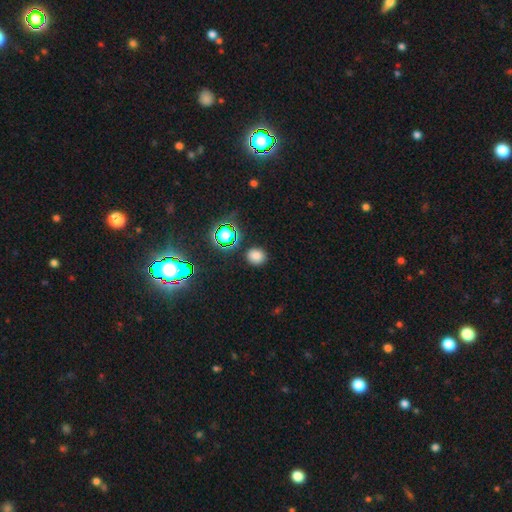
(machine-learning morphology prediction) smooth 75%, star or artifact 20%, featured or disk 5%. Down the decision tree: how rounded — round (76%); merging — none (87%).